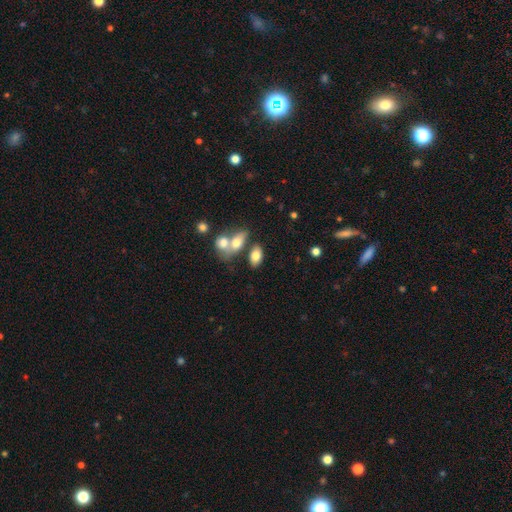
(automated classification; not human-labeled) This is likely a smooth galaxy (77%). How rounded: clearly in between (90%). Merging: possibly none (54%).